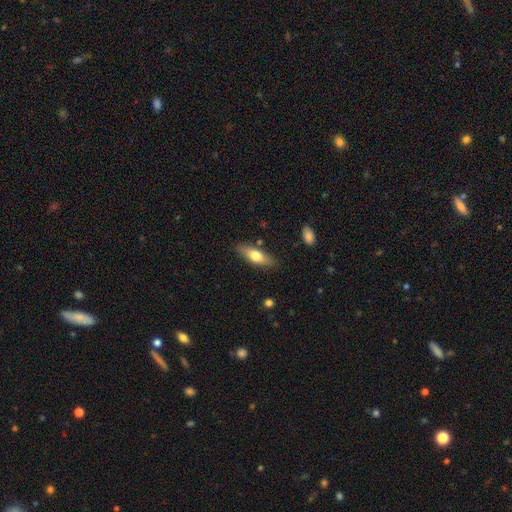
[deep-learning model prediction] A smooth galaxy with no disk features (67%) that is in between round and cigar-shaped (57%). Merging: none (83%).